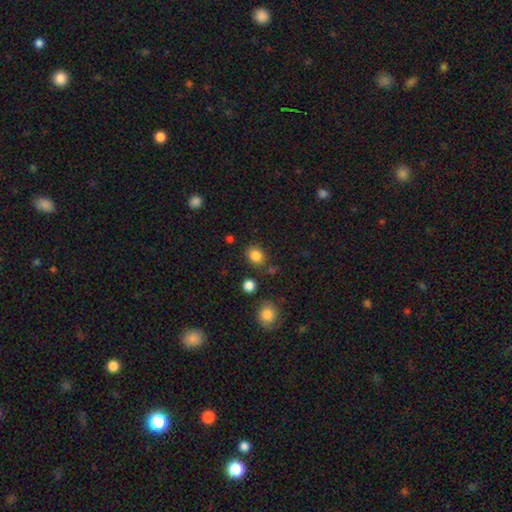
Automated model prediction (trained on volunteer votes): A smooth galaxy with no disk features (84%) that is round (58%). Merging: none (79%).